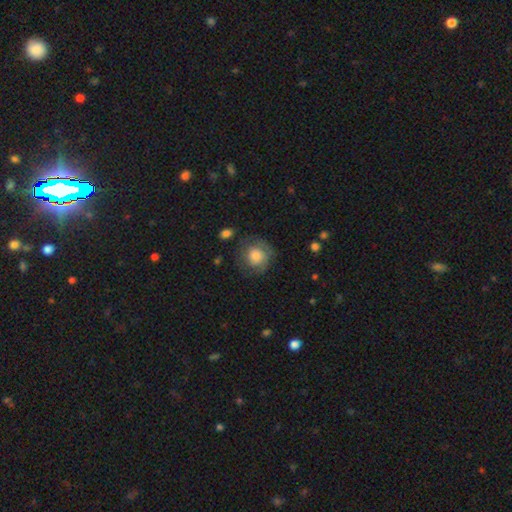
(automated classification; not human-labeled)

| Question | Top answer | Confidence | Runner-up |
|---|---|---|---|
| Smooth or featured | smooth | 66% | featured or disk (26%) |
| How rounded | round | 89% | in between (11%) |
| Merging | none | 69% | minor disturbance (19%) |